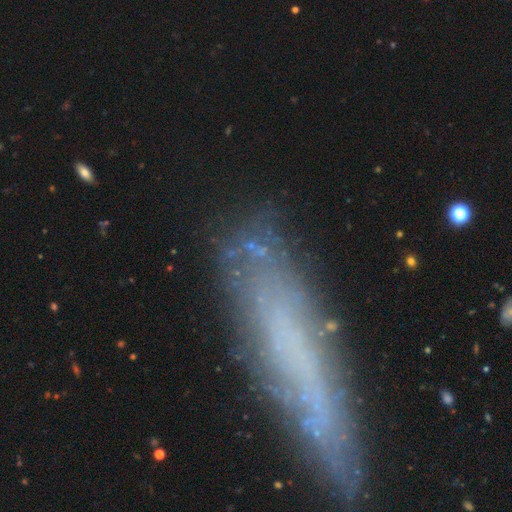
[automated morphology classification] Smooth or featured?
  - featured or disk: 50% *
  - smooth: 38%
  - star or artifact: 12%
Merging?
  - none: 77% *
  - minor disturbance: 15%
  - major disturbance: 5%
  - merger: 3%